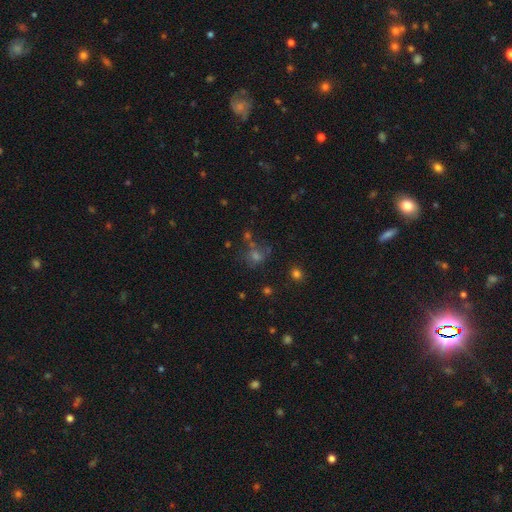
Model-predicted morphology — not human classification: type=smooth (49%); merging=none (60%).